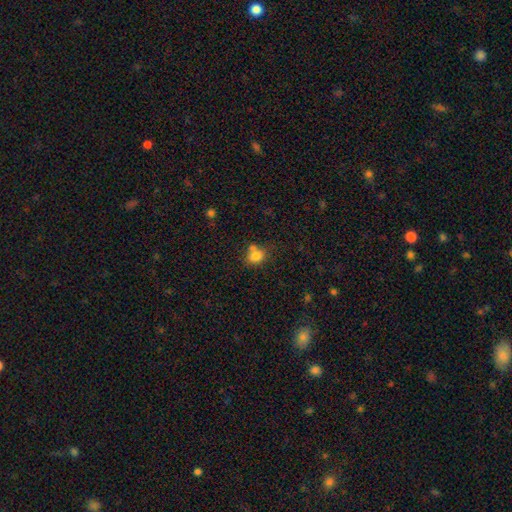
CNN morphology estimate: The model was most divided on "how rounded": round: 58%, in between: 41%, cigar-shaped: 1%. More confident: smooth or featured — smooth (80%); merging — none (55%).